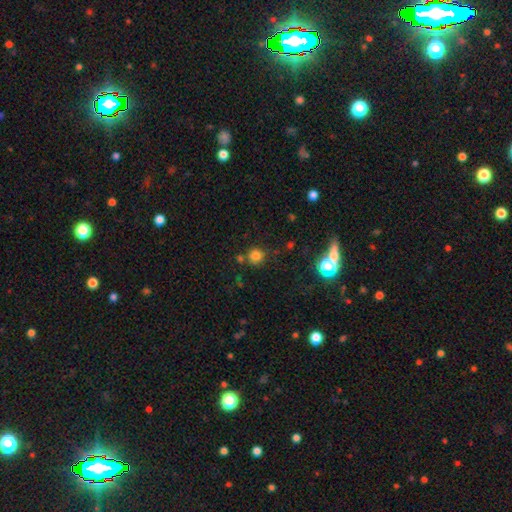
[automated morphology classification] Q: Smooth or featured?
A: smooth (78%); runner-up: star or artifact (16%)
Q: How rounded?
A: round (91%); runner-up: in between (8%)
Q: Merging?
A: none (76%); runner-up: merger (11%)